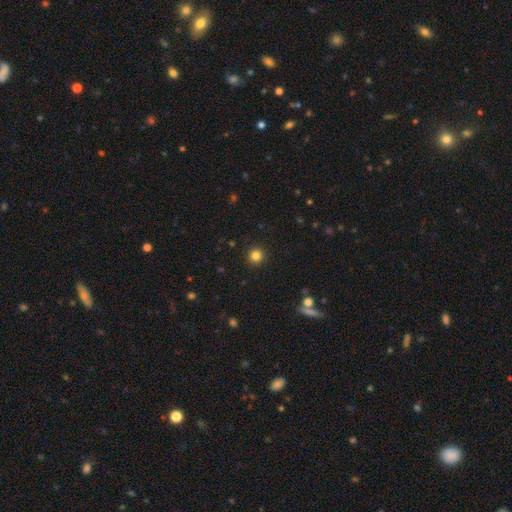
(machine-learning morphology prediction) type=smooth (83%); roundness=round (95%); merging=none (92%).